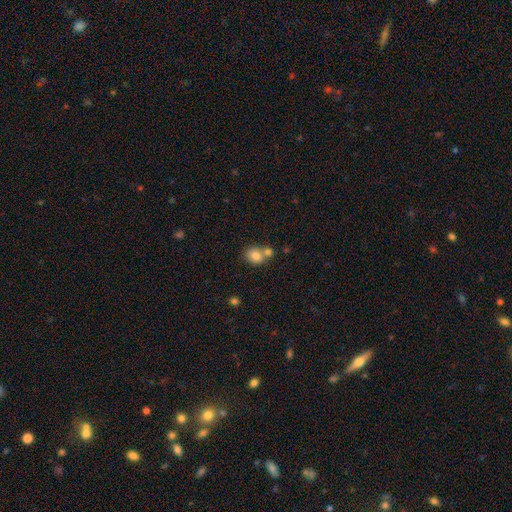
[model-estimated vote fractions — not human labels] Smooth or featured? smooth (81%)
How rounded? round (62%)
Merging? none (46%)